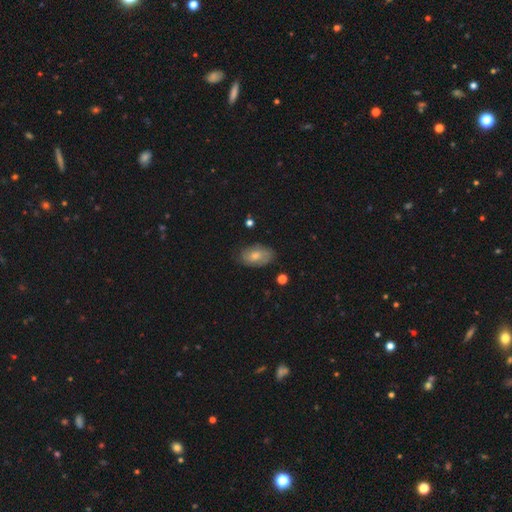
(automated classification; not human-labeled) smooth-or-featured: smooth: 53% | featured or disk: 39% | star or artifact: 8%
  how-rounded: in between: 90% | round: 8% | cigar-shaped: 2%
  merging: none: 74% | minor disturbance: 19% | major disturbance: 5% | merger: 2%